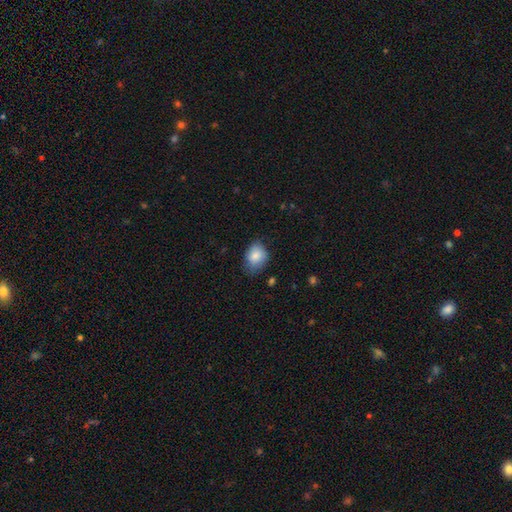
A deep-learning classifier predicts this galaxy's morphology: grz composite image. It shows a smooth galaxy with no disk features (83%) that is in between round and cigar-shaped (59%). Merging: none (62%).